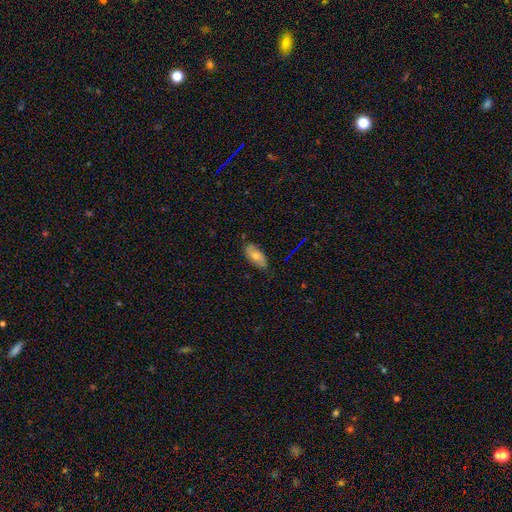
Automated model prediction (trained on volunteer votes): A smooth galaxy with no disk features (57%) that is in between round and cigar-shaped (87%).

Vote fractions:
- Smooth or featured? smooth: 57% / featured or disk: 35% / star or artifact: 9%
- How rounded? in between: 87% / cigar-shaped: 9% / round: 3%
- Merging? none: 78% / minor disturbance: 18% / major disturbance: 3% / merger: 1%